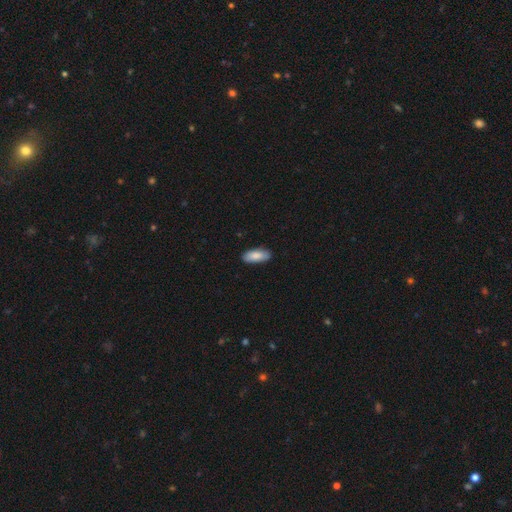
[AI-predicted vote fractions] A smooth galaxy with no disk features (85%) that is in between round and cigar-shaped (84%).

Vote fractions:
- Smooth or featured? smooth: 85% / featured or disk: 9% / star or artifact: 6%
- How rounded? in between: 84% / cigar-shaped: 14% / round: 2%
- Merging? none: 87% / minor disturbance: 10% / major disturbance: 2% / merger: 1%